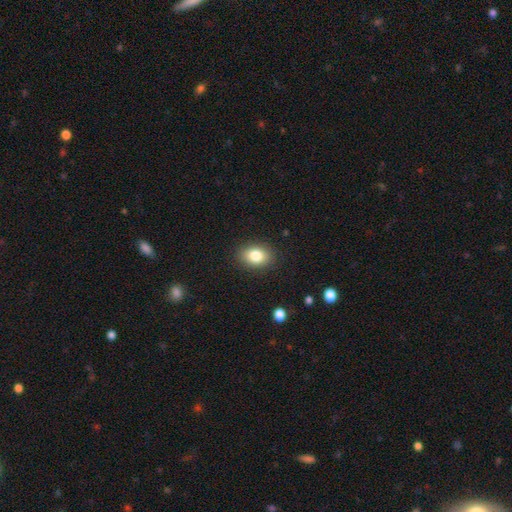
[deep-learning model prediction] Smooth or featured? smooth (82%)
How rounded? in between (76%)
Merging? none (87%)